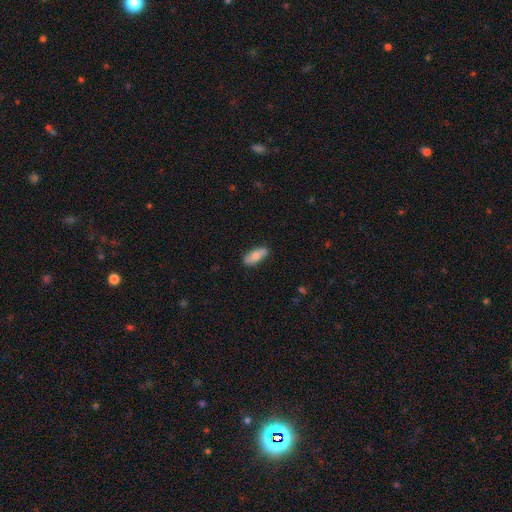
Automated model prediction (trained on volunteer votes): smooth-or-featured: smooth: 72% | featured or disk: 22% | star or artifact: 6%
  how-rounded: in between: 78% | cigar-shaped: 19% | round: 3%
  merging: none: 84% | minor disturbance: 12% | major disturbance: 2% | merger: 1%